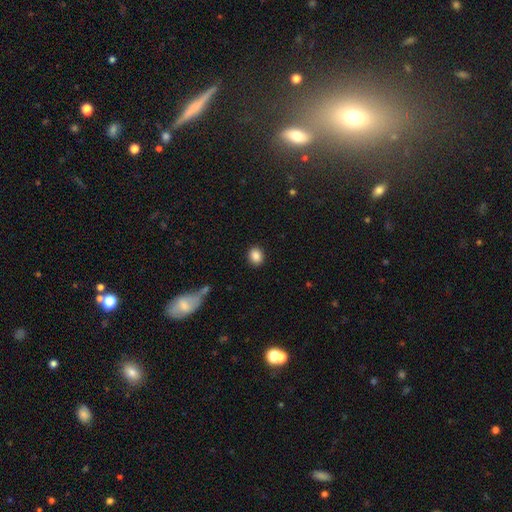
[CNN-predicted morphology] Q: Smooth or featured?
A: smooth (88%); runner-up: star or artifact (9%)
Q: How rounded?
A: round (62%); runner-up: in between (36%)
Q: Merging?
A: none (89%); runner-up: minor disturbance (7%)